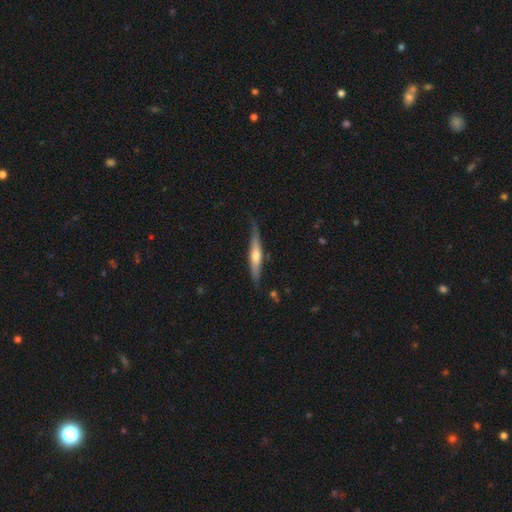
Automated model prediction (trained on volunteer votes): Overall: featured or disk (56%; smooth 38%). Edge-on disk: yes (94%). Edge-on bulge: rounded (80%). Merging: none (77%).